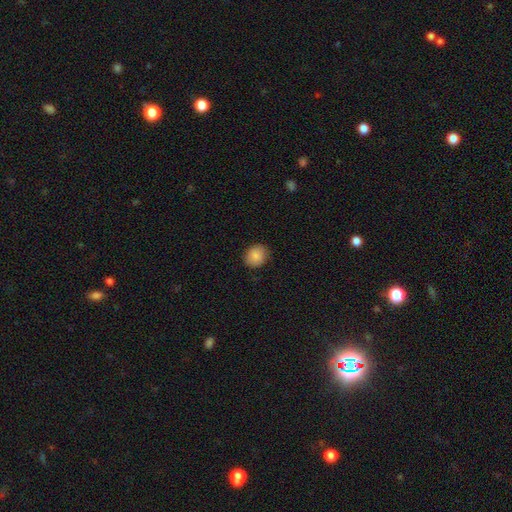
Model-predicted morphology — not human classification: The model was most divided on "how rounded": round: 71%, in between: 28%, cigar-shaped: 1%. More confident: smooth or featured — smooth (87%); merging — none (86%).